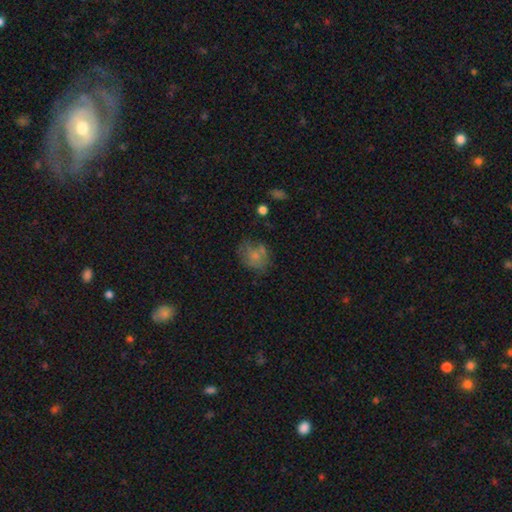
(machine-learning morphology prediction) A smooth galaxy with no disk features (65%) that is round (55%). Merging: none (46%).